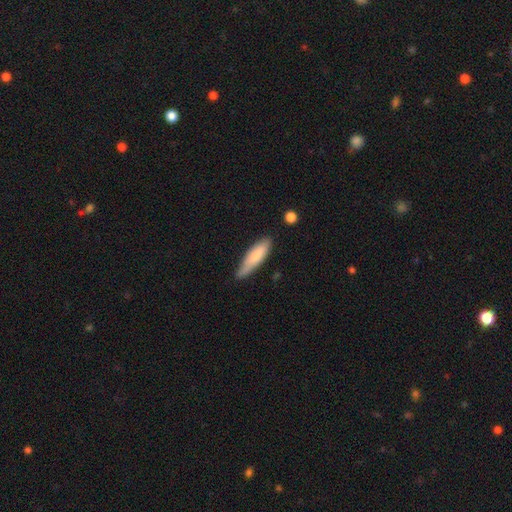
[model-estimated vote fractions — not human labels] The model was most divided on "how rounded": cigar-shaped: 63%, in between: 35%, round: 1%. More confident: smooth or featured — smooth (76%); merging — none (65%).